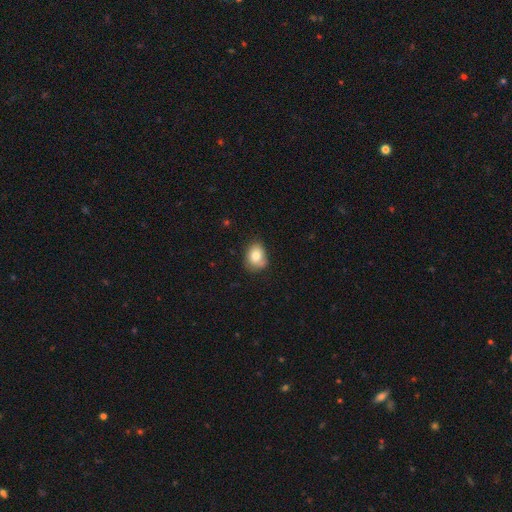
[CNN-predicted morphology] smooth_or_featured: smooth (p=0.78) [alt: featured or disk p=0.13]
how_rounded: in between (p=0.53) [alt: round p=0.46]
merging: none (p=0.62) [alt: minor disturbance p=0.29]